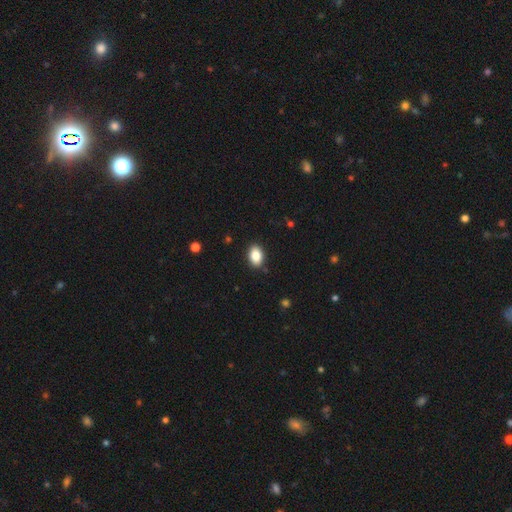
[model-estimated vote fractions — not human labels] smooth 86%, star or artifact 8%, featured or disk 6%. Down the decision tree: how rounded — in between (87%); merging — none (88%).